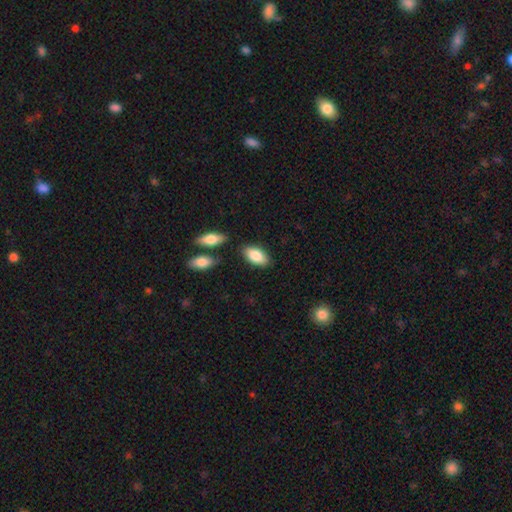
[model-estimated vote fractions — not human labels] smooth-or-featured: smooth: 86% | featured or disk: 9% | star or artifact: 6%
  how-rounded: in between: 92% | cigar-shaped: 5% | round: 3%
  merging: none: 81% | minor disturbance: 11% | merger: 5% | major disturbance: 3%